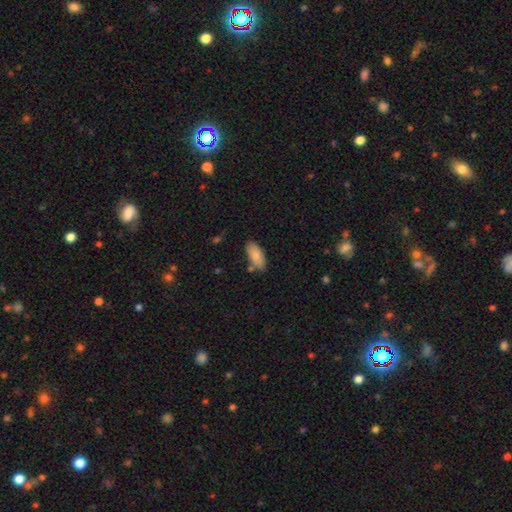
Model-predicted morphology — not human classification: A smooth galaxy with no disk features (86%) that is in between round and cigar-shaped (85%).

Vote fractions:
- Smooth or featured? smooth: 86% / featured or disk: 8% / star or artifact: 6%
- How rounded? in between: 85% / cigar-shaped: 13% / round: 2%
- Merging? none: 76% / minor disturbance: 16% / merger: 6% / major disturbance: 3%